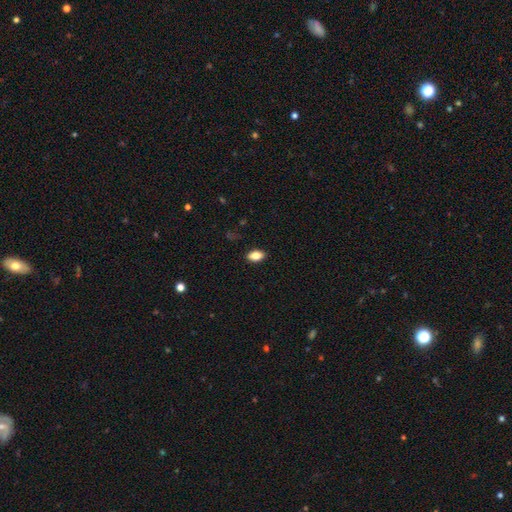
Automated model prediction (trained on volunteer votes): The model was most divided on "smooth or featured": smooth: 82%, featured or disk: 9%, star or artifact: 8%. More confident: how rounded — in between (89%); merging — none (89%).